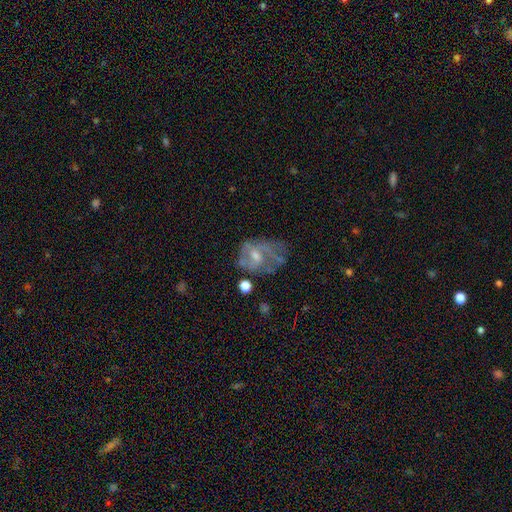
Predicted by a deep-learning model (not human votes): Smooth or featured: featured or disk — 66% (smooth — 23%)
Edge-on disk: no — 97% (yes — 3%)
Bar: no — 55% (weak — 38%)
Spiral arms: yes — 60% (no — 40%)
Bulge size: small — 44% (moderate — 42%)
Merging: none — 41% (major disturbance — 30%)